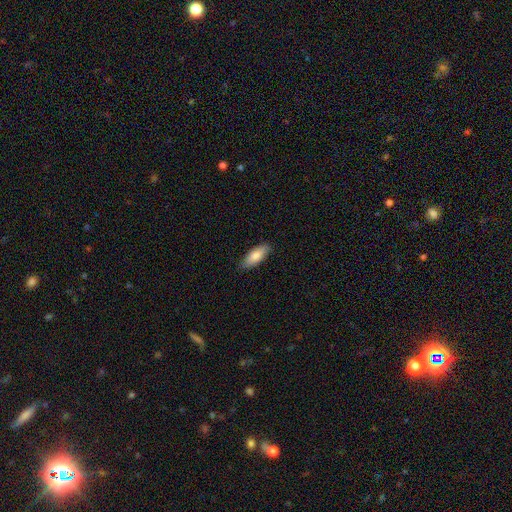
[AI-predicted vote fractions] This appears to be a smooth galaxy with no disk features (82%) that is in between round and cigar-shaped (73%). Merging: none (85%).